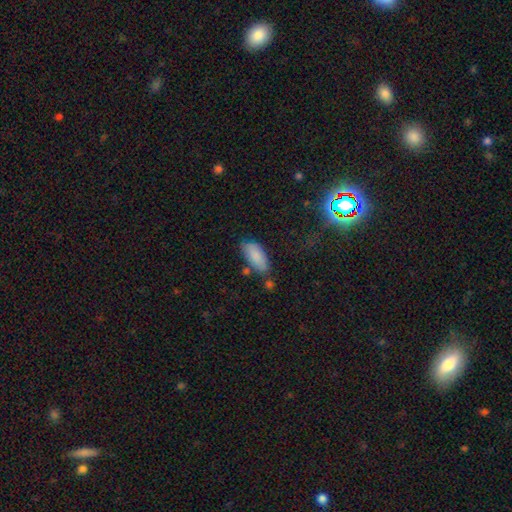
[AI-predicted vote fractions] This appears to be a smooth galaxy with no disk features (85%) that is in between round and cigar-shaped (88%). Merging: none (67%).